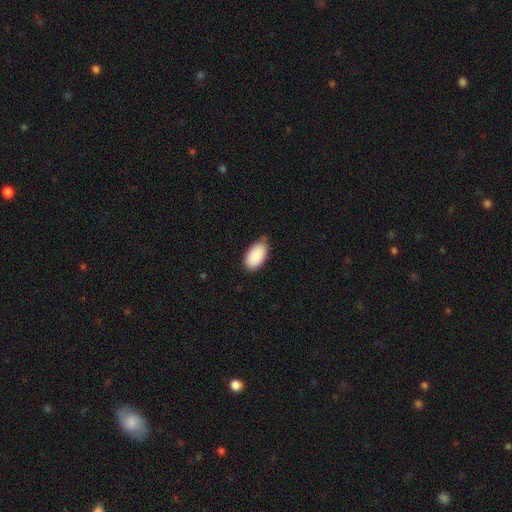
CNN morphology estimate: Smooth or featured: smooth — 90% (star or artifact — 6%)
How rounded: in between — 95% (round — 3%)
Merging: none — 72% (minor disturbance — 23%)